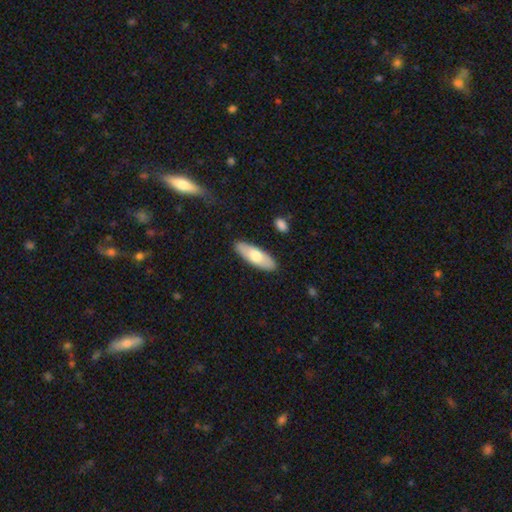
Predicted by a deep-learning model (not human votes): The model was most divided on "how rounded": in between: 62%, cigar-shaped: 36%, round: 2%. More confident: merging — none (89%); smooth or featured — smooth (65%).